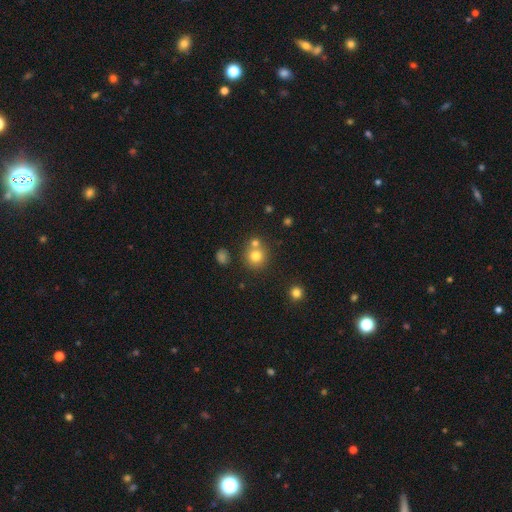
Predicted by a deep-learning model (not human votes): This appears to be a smooth galaxy with no disk features (77%) that is round (88%). Merging: none (60%).